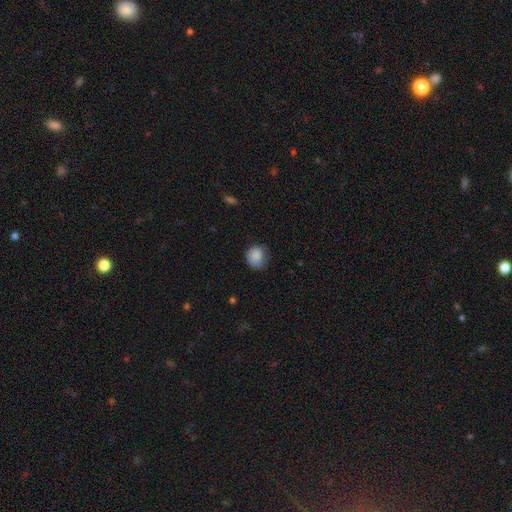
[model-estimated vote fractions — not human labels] Q: Smooth or featured?
A: smooth (86%); runner-up: star or artifact (8%)
Q: How rounded?
A: round (80%); runner-up: in between (19%)
Q: Merging?
A: none (65%); runner-up: minor disturbance (27%)